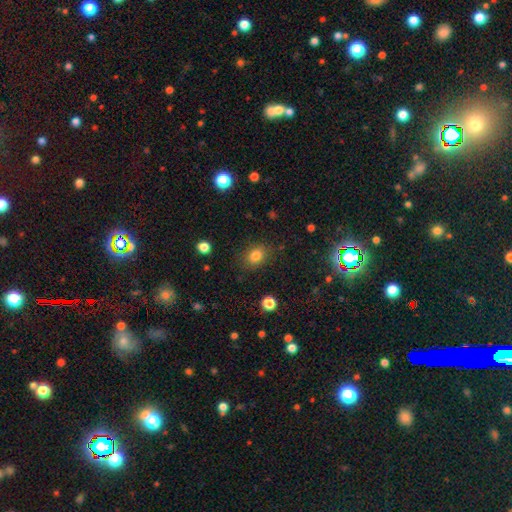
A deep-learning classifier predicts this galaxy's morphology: Smooth or featured? Predicted: smooth (p=0.81). How rounded? Predicted: in between (p=0.53). Merging? Predicted: none (p=0.83).